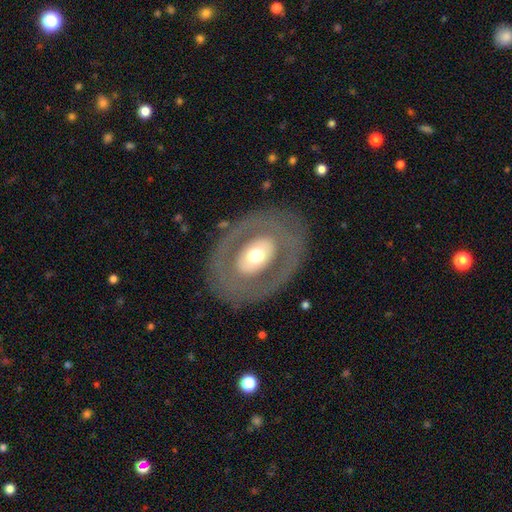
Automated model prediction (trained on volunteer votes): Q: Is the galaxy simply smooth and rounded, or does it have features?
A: featured or disk — 58%.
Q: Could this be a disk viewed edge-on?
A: no — 91%.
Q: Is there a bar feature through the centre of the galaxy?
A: no — 79%.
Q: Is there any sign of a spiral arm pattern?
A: no — 87%.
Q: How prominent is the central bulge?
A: moderate — 62%.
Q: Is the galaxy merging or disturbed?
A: none — 81%.